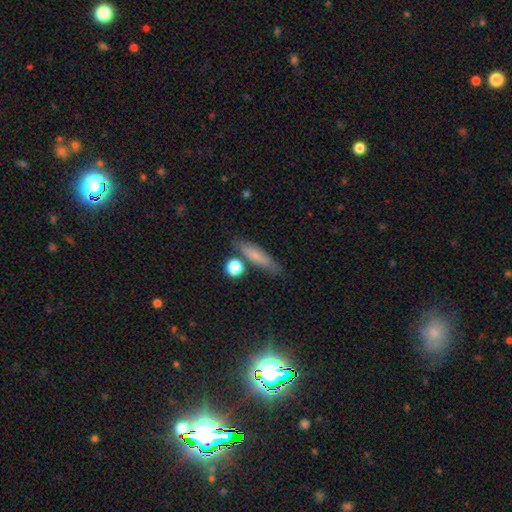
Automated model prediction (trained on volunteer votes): Smooth or featured: smooth — 68% (featured or disk — 22%)
How rounded: cigar-shaped — 74% (in between — 20%)
Merging: none — 74% (minor disturbance — 14%)